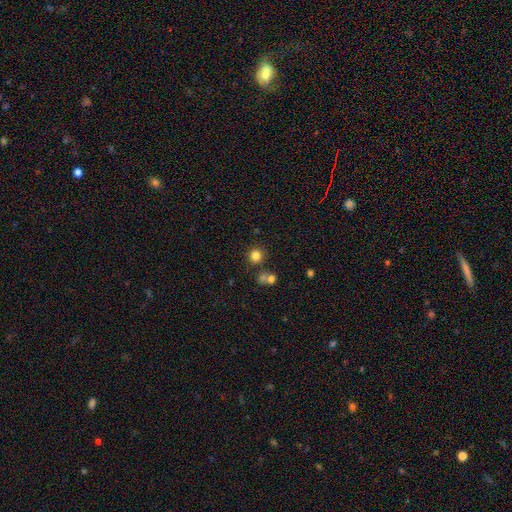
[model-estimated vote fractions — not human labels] Morphology: type=smooth (81%); roundness=round (89%); merging=none (76%).